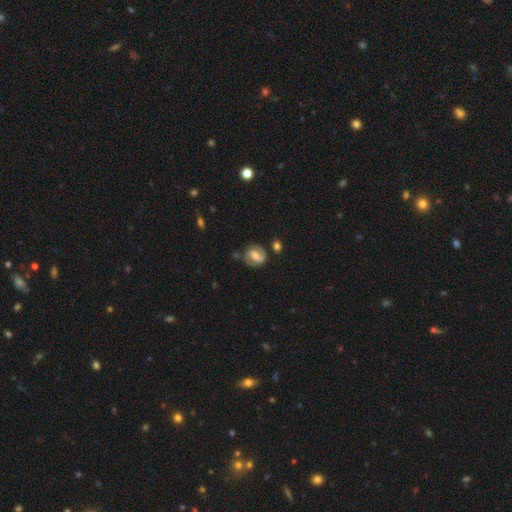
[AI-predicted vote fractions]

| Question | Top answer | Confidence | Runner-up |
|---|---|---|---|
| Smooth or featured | featured or disk | 65% | smooth (27%) |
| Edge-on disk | no | 97% | yes (3%) |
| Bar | weak | 45% | strong (35%) |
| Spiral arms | yes | 89% | no (11%) |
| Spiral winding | medium | 48% | tight (33%) |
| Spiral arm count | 2 | 84% | can't tell (8%) |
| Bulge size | moderate | 40% | small (27%) |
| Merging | none | 67% | minor disturbance (19%) |